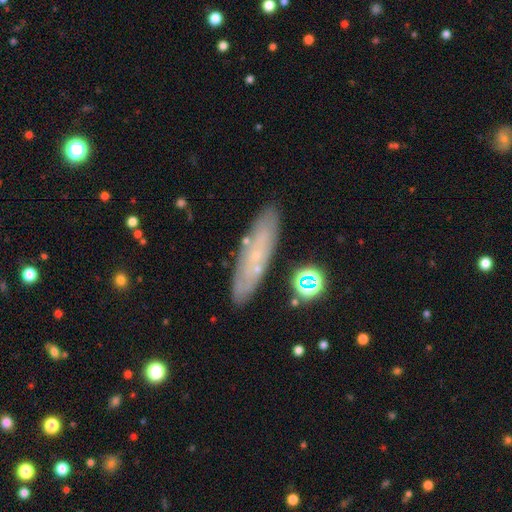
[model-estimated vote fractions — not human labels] smooth_or_featured: featured or disk (p=0.52) [alt: smooth p=0.38]
disk_edge_on: no (p=0.56) [alt: yes p=0.44]
merging: none (p=0.84) [alt: minor disturbance p=0.10]